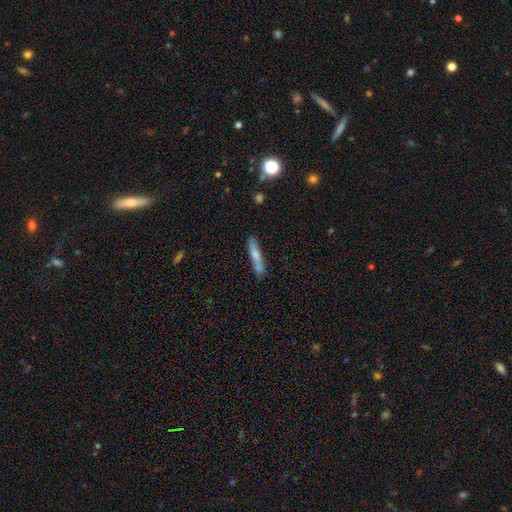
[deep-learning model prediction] The model was most divided on "smooth or featured": smooth: 61%, featured or disk: 32%, star or artifact: 7%. More confident: how rounded — cigar-shaped (89%); merging — none (75%).